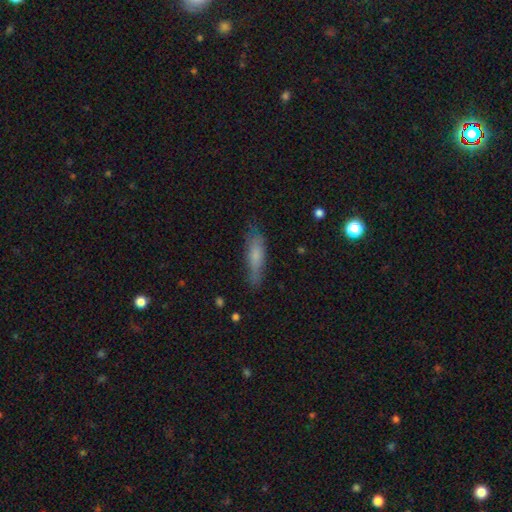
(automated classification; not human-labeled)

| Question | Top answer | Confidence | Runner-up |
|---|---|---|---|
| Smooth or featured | smooth | 69% | featured or disk (24%) |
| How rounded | cigar-shaped | 67% | in between (31%) |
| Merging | none | 72% | minor disturbance (21%) |